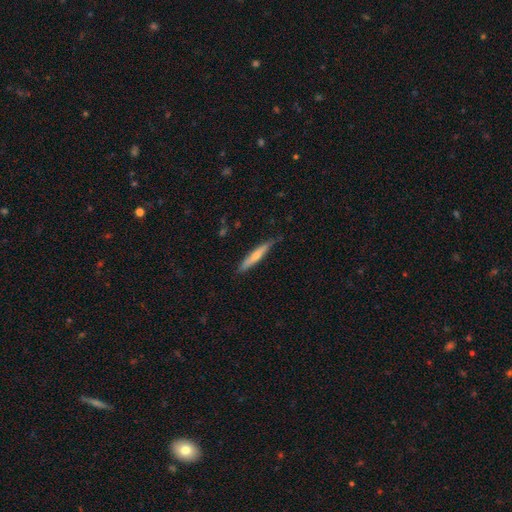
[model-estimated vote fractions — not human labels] Q: Smooth or featured?
A: smooth (58%); runner-up: featured or disk (36%)
Q: How rounded?
A: cigar-shaped (92%); runner-up: in between (6%)
Q: Merging?
A: none (79%); runner-up: minor disturbance (17%)